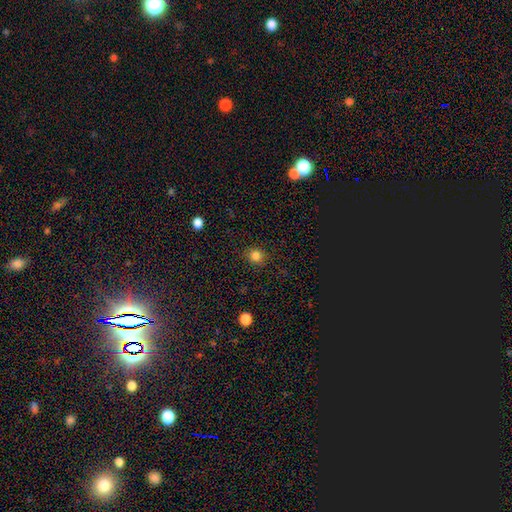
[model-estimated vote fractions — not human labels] This appears to be a smooth galaxy with no disk features (83%) that is round (85%). Merging: none (88%).